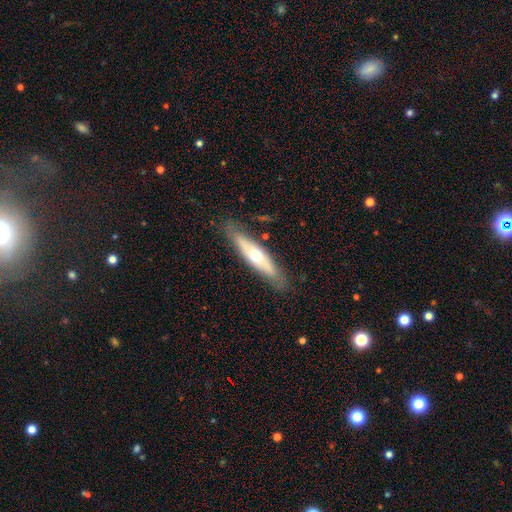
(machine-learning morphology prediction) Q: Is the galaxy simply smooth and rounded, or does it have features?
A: featured or disk — 50%.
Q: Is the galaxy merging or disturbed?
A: none — 81%.